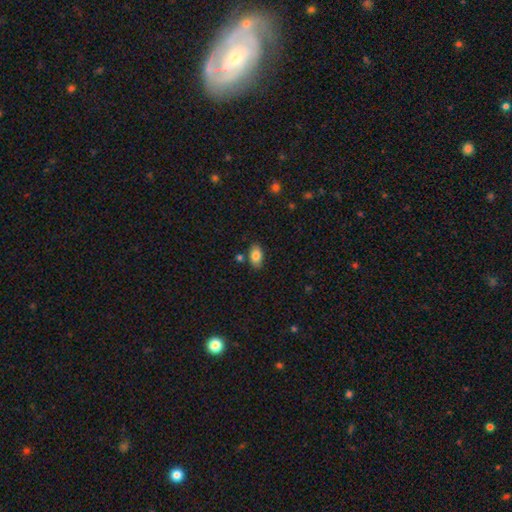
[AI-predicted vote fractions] Smooth or featured? smooth (84%)
How rounded? in between (92%)
Merging? none (82%)